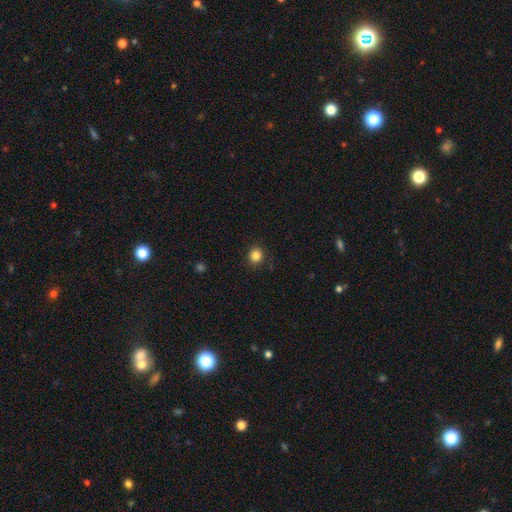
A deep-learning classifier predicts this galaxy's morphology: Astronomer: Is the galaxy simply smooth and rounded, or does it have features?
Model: smooth — 85%.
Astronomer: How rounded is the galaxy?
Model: round — 85%.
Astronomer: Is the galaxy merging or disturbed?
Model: none — 91%.